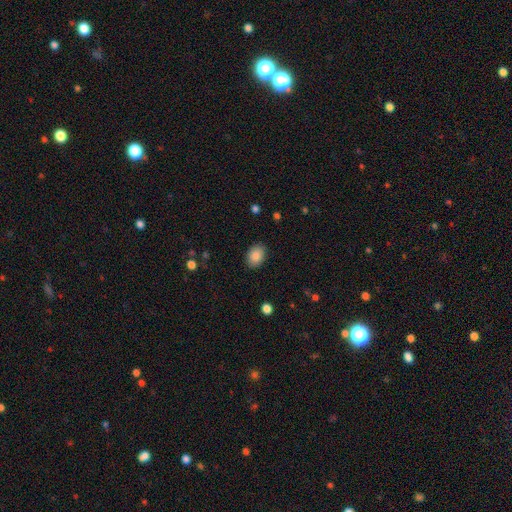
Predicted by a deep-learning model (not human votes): Smooth or featured?
  - smooth: 87% *
  - star or artifact: 8%
  - featured or disk: 5%
How rounded?
  - in between: 79% *
  - round: 20%
  - cigar-shaped: 1%
Merging?
  - none: 88% *
  - minor disturbance: 9%
  - major disturbance: 2%
  - merger: 1%